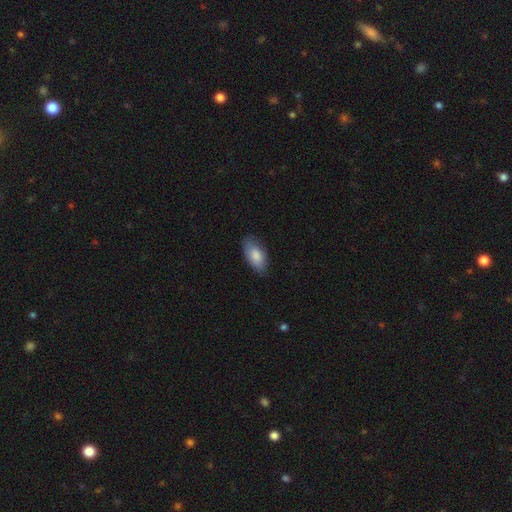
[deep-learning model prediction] The model was most divided on "merging": none: 76%, minor disturbance: 19%, major disturbance: 4%, merger: 1%. More confident: how rounded — in between (93%); smooth or featured — smooth (83%).